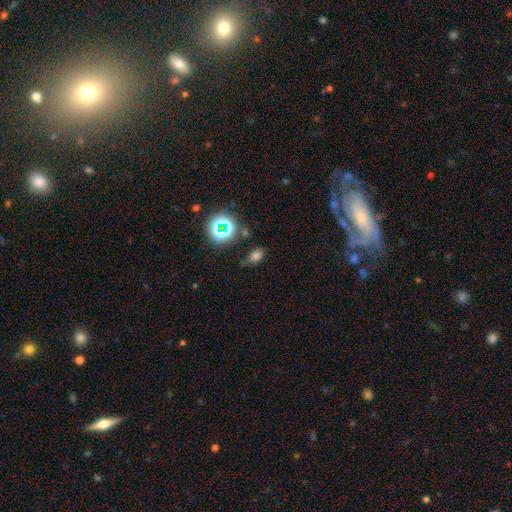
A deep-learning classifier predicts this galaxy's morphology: Q: Smooth or featured?
A: smooth (65%); runner-up: star or artifact (25%)
Q: How rounded?
A: in between (75%); runner-up: round (23%)
Q: Merging?
A: none (67%); runner-up: minor disturbance (21%)